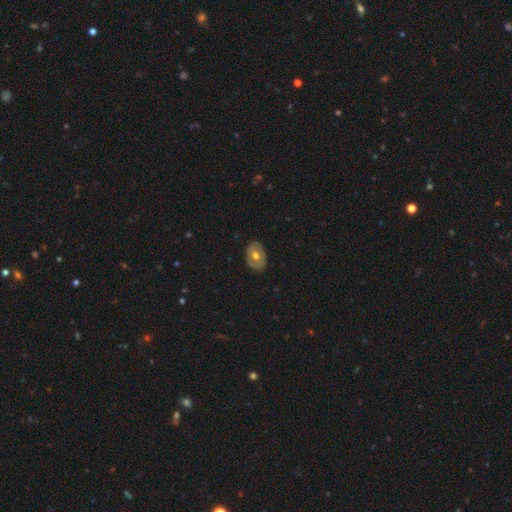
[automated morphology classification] type=smooth (50%); merging=none (84%).